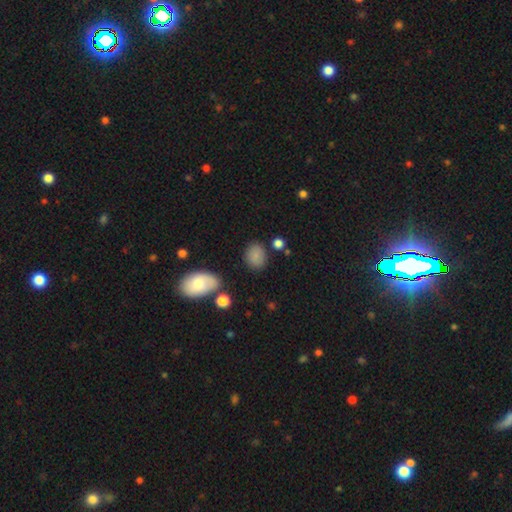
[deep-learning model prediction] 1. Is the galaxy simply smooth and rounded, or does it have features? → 83% smooth, 11% star or artifact, 6% featured or disk.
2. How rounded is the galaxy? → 53% in between, 46% round, 1% cigar-shaped.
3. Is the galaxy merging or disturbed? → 79% none, 13% minor disturbance, 4% merger, 4% major disturbance.